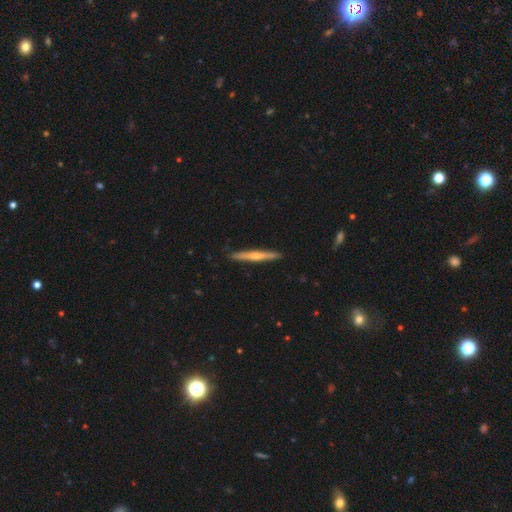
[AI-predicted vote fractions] Smooth or featured? Predicted: featured or disk (p=0.59). Edge-on disk? Predicted: yes (p=0.97). Edge-on bulge? Predicted: rounded (p=0.77). Merging? Predicted: none (p=0.91).